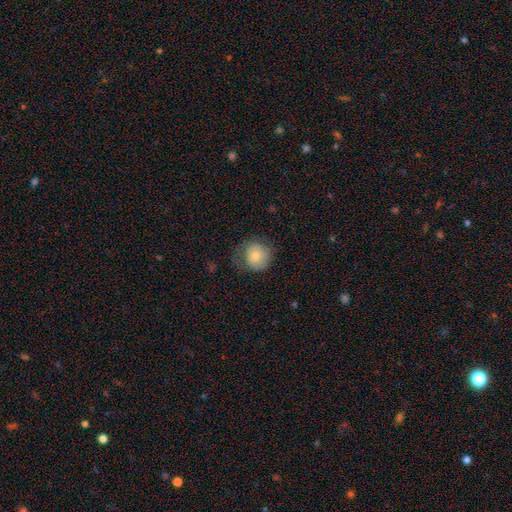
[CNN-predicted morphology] Smooth or featured: smooth — 69% (featured or disk — 23%)
How rounded: round — 87% (in between — 12%)
Merging: none — 55% (minor disturbance — 25%)